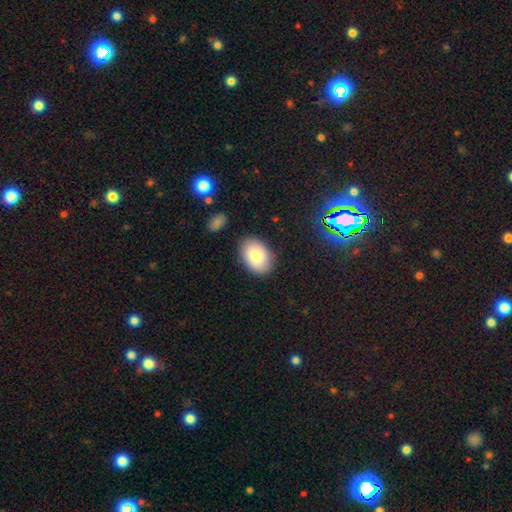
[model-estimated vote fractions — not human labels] This is likely a smooth galaxy (78%). How rounded: likely in between (77%). Merging: clearly none (84%).